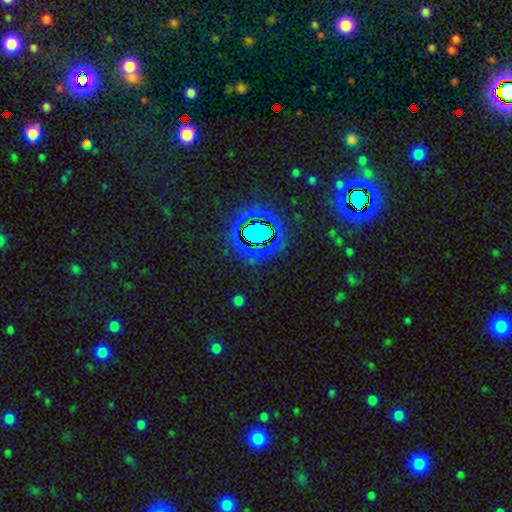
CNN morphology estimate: A star or artifact, not a galaxy (78%).